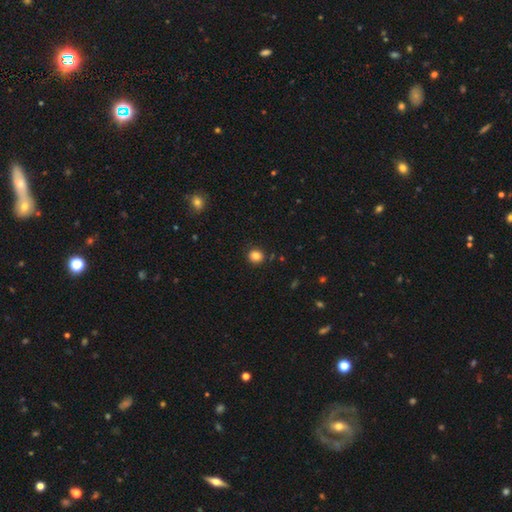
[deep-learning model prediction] A smooth galaxy with no disk features (84%) that is round (86%).

Vote fractions:
- Smooth or featured? smooth: 84% / star or artifact: 11% / featured or disk: 5%
- How rounded? round: 86% / in between: 13% / cigar-shaped: 1%
- Merging? none: 88% / minor disturbance: 8% / major disturbance: 2% / merger: 2%